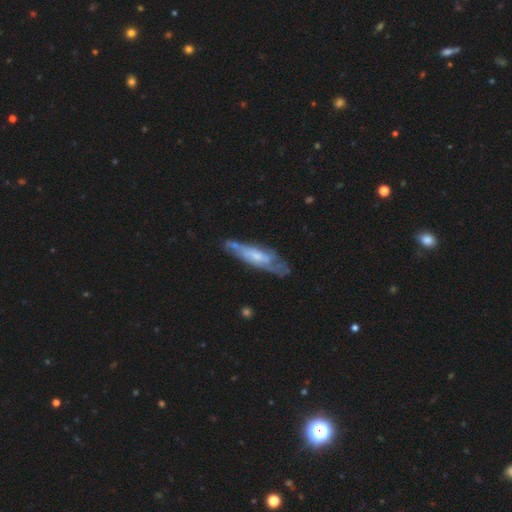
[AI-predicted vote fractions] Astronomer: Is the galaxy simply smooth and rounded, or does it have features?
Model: featured or disk — 66%.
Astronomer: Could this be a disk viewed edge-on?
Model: no — 63%.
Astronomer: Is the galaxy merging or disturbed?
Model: none — 62%.